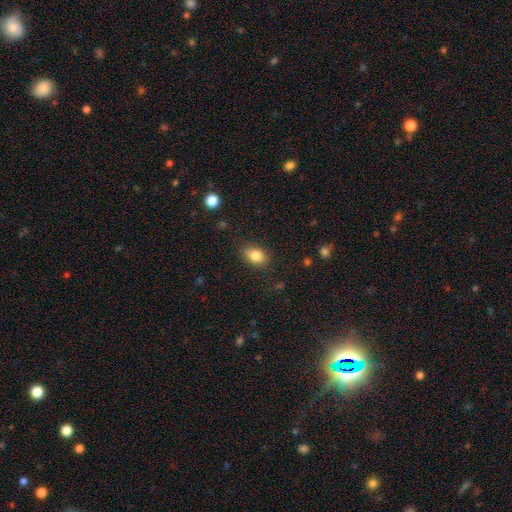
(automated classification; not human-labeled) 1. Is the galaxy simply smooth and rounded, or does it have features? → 83% smooth, 9% star or artifact, 8% featured or disk.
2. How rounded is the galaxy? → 80% in between, 19% round, 2% cigar-shaped.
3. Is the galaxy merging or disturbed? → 82% none, 13% minor disturbance, 3% major disturbance, 1% merger.